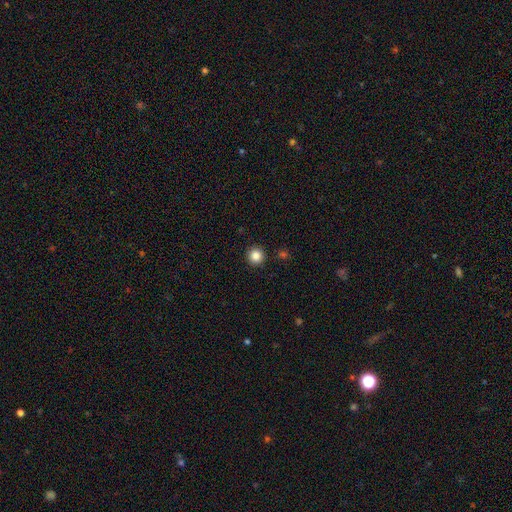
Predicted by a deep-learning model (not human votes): Q: Smooth or featured?
A: smooth (85%); runner-up: star or artifact (11%)
Q: How rounded?
A: round (95%); runner-up: in between (4%)
Q: Merging?
A: none (92%); runner-up: minor disturbance (5%)